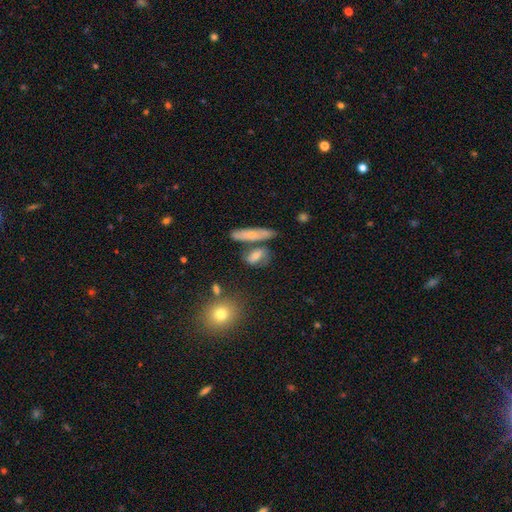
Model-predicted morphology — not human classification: smooth_or_featured: smooth (p=0.59) [alt: featured or disk p=0.30]
how_rounded: in between (p=0.60) [alt: cigar-shaped p=0.22]
merging: none (p=0.55) [alt: minor disturbance p=0.18]